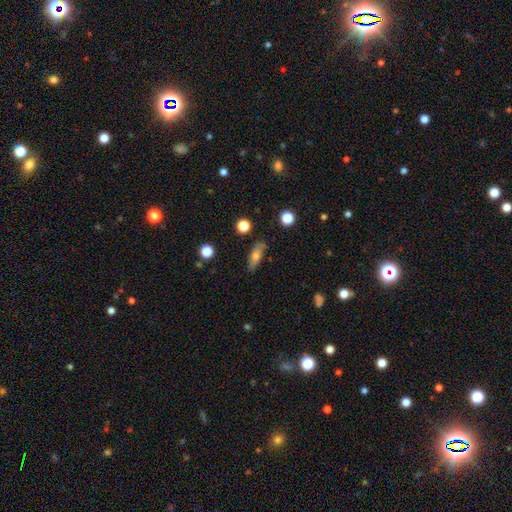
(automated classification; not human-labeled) The model was most divided on "how rounded": in between: 64%, cigar-shaped: 31%, round: 6%. More confident: merging — none (77%); smooth or featured — smooth (68%).